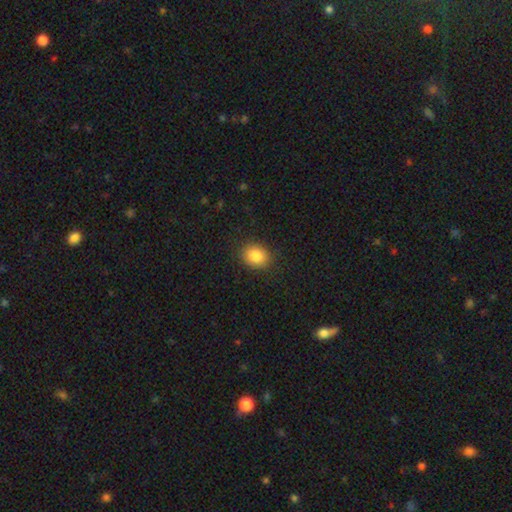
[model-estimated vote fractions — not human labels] Smooth or featured: smooth — 86% (star or artifact — 9%)
How rounded: in between — 51% (round — 48%)
Merging: none — 87% (minor disturbance — 9%)